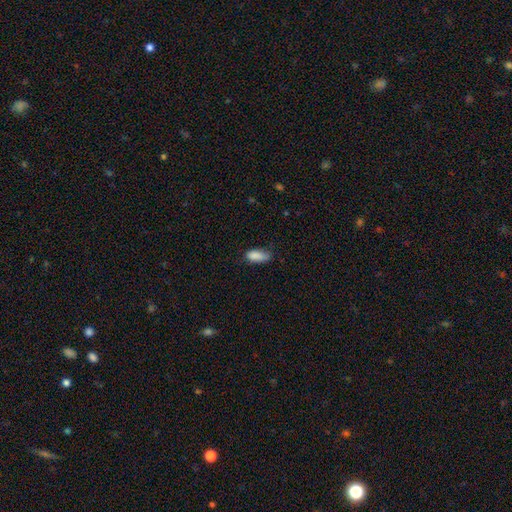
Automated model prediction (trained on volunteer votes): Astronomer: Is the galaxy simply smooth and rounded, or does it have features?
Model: smooth — 87%.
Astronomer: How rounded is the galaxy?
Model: in between — 84%.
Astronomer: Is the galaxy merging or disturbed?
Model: none — 61%.